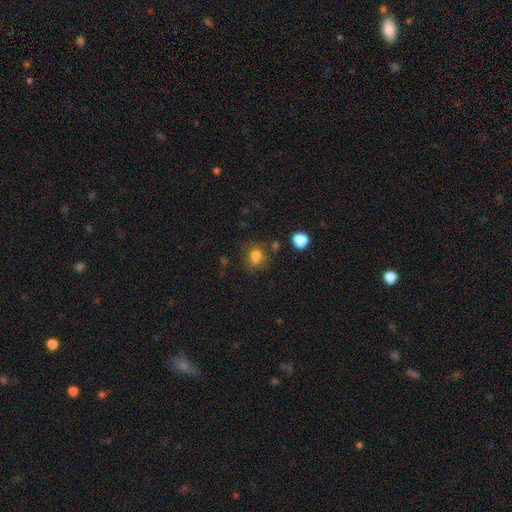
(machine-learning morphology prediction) type=smooth (77%); roundness=round (56%); merging=none (64%).